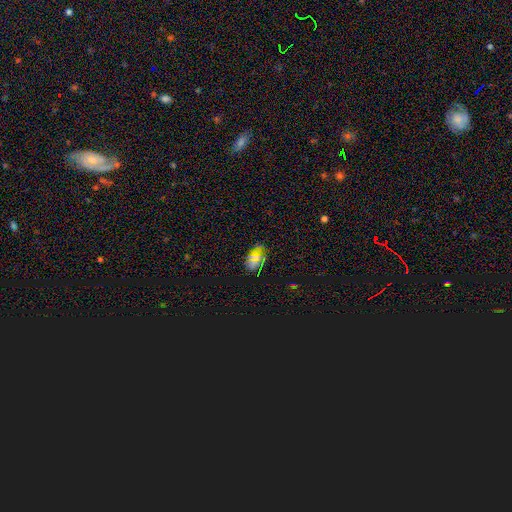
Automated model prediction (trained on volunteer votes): Overall: smooth (53%; star or artifact 39%). How rounded: in between (75%). Merging: none (81%).